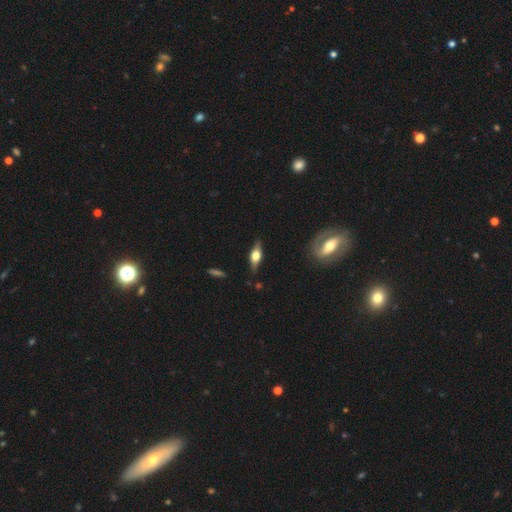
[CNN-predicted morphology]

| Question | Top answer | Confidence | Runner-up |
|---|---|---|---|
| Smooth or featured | featured or disk | 57% | smooth (36%) |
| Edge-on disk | yes | 89% | no (11%) |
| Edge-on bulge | rounded | 92% | boxy (6%) |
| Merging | none | 81% | minor disturbance (14%) |